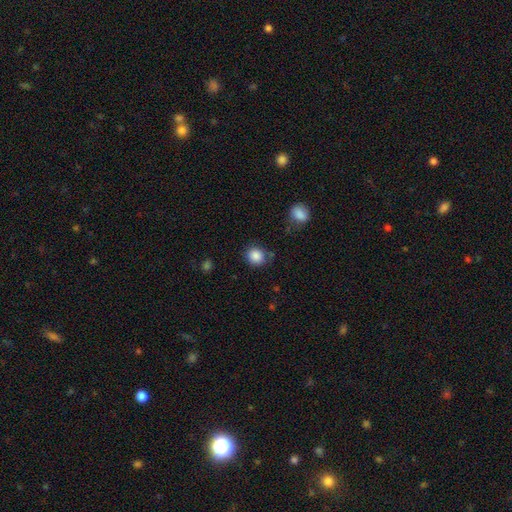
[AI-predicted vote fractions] smooth_or_featured: smooth (p=0.87) [alt: star or artifact p=0.09]
how_rounded: round (p=0.83) [alt: in between p=0.16]
merging: none (p=0.80) [alt: minor disturbance p=0.12]